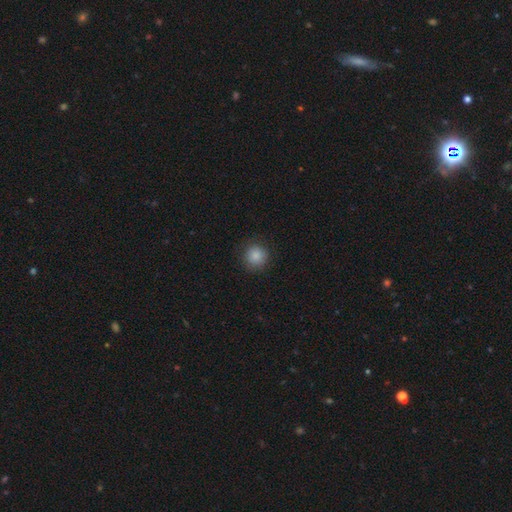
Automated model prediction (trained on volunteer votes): The model was most divided on "smooth or featured": smooth: 86%, star or artifact: 10%, featured or disk: 4%. More confident: how rounded — round (93%); merging — none (88%).